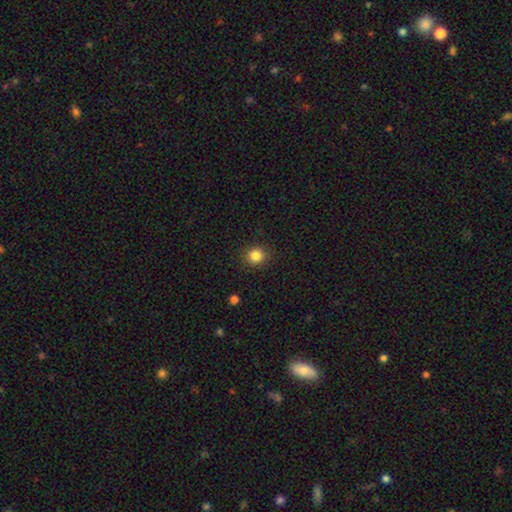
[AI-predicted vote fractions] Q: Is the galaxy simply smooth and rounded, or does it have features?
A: smooth — 85%.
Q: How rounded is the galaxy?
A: round — 84%.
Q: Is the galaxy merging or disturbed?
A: none — 90%.